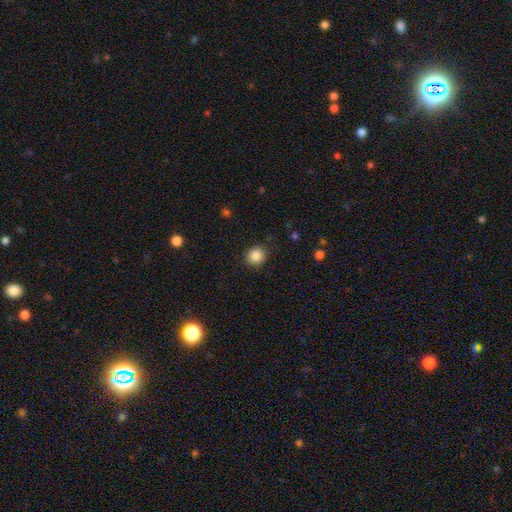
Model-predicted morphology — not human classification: The model was most divided on "how rounded": round: 82%, in between: 17%, cigar-shaped: 1%. More confident: merging — none (87%); smooth or featured — smooth (86%).